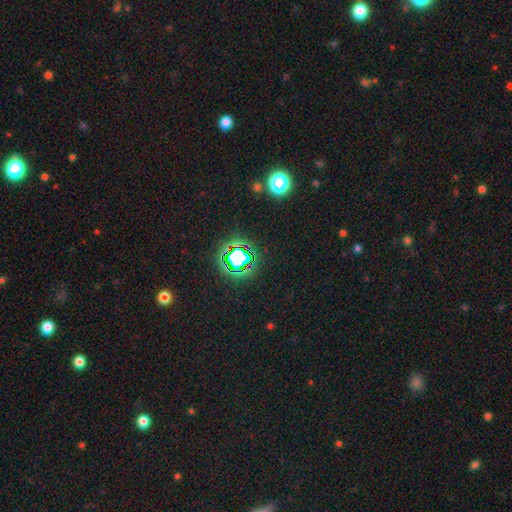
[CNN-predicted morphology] Smooth or featured? star or artifact (80%)